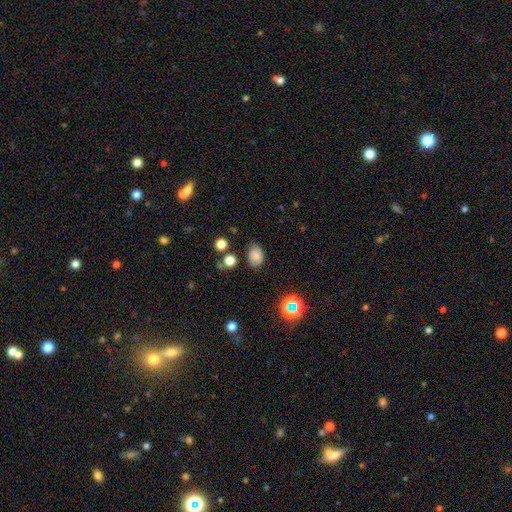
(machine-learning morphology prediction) Smooth or featured: smooth — 77% (star or artifact — 14%)
How rounded: in between — 73% (round — 26%)
Merging: none — 74% (minor disturbance — 19%)